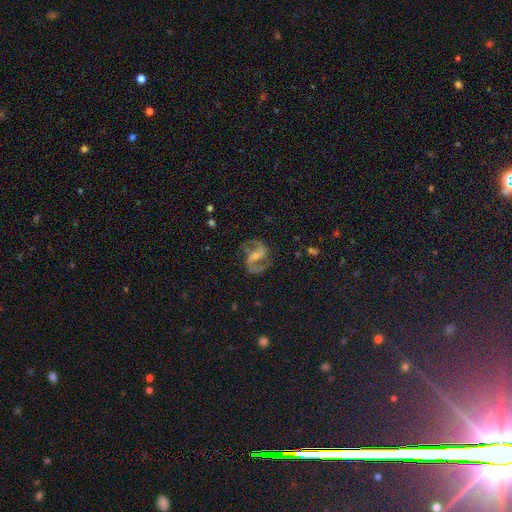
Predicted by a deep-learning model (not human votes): Smooth or featured?
  - featured or disk: 89% *
  - star or artifact: 6%
  - smooth: 5%
Edge-on disk?
  - no: 98% *
  - yes: 2%
Bar?
  - weak: 44% *
  - strong: 29%
  - no: 27%
Spiral arms?
  - yes: 97% *
  - no: 3%
Spiral winding?
  - medium: 57% *
  - loose: 32%
  - tight: 11%
Spiral arm count?
  - 2: 94% *
  - can't tell: 2%
  - 1: 1%
  - 3: 1%
  - 4: 1%
  - more than 4: 1%
Bulge size?
  - small: 57% *
  - moderate: 32%
  - none: 7%
  - large: 2%
  - dominant: 1%
Merging?
  - none: 78% *
  - minor disturbance: 13%
  - major disturbance: 7%
  - merger: 2%